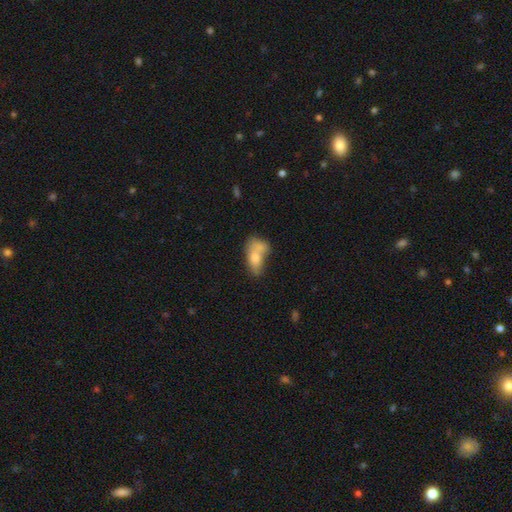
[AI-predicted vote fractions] This is likely a smooth galaxy (69%). How rounded: likely in between (80%). Merging: possibly merger (51%).